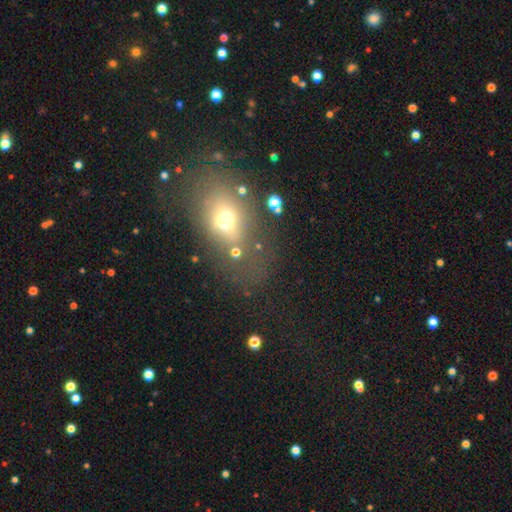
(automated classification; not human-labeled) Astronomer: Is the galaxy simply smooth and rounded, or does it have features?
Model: smooth — 52% (runner-up: star or artifact, 31%).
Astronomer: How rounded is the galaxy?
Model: in between — 64%.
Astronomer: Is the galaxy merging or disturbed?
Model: none — 65%.